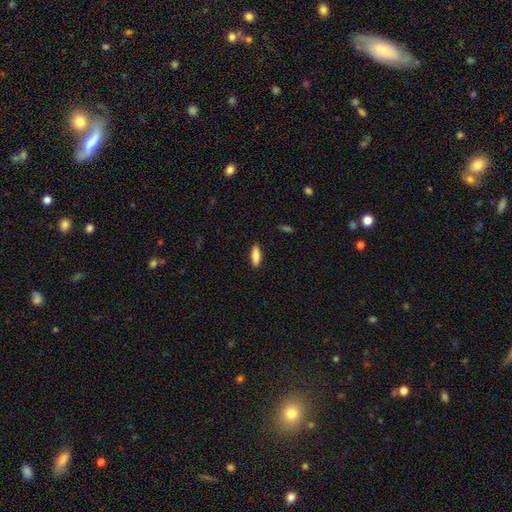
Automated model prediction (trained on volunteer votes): Smooth or featured: smooth — 82% (featured or disk — 12%)
How rounded: in between — 55% (cigar-shaped — 44%)
Merging: none — 89% (minor disturbance — 8%)